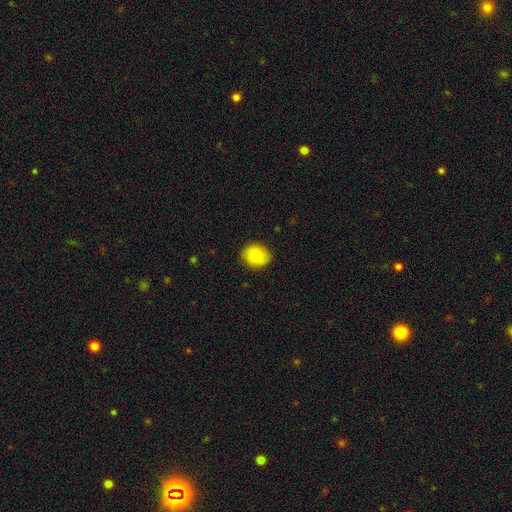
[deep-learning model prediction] The model was most divided on "how rounded": round: 72%, in between: 27%, cigar-shaped: 1%. More confident: smooth or featured — smooth (87%); merging — none (86%).